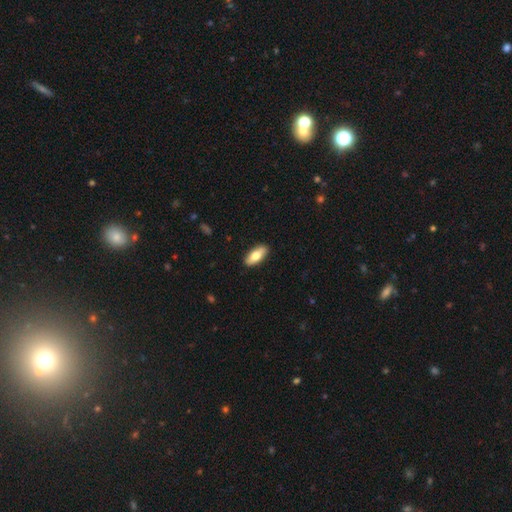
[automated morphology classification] type=smooth (72%); roundness=in between (79%); merging=none (90%).